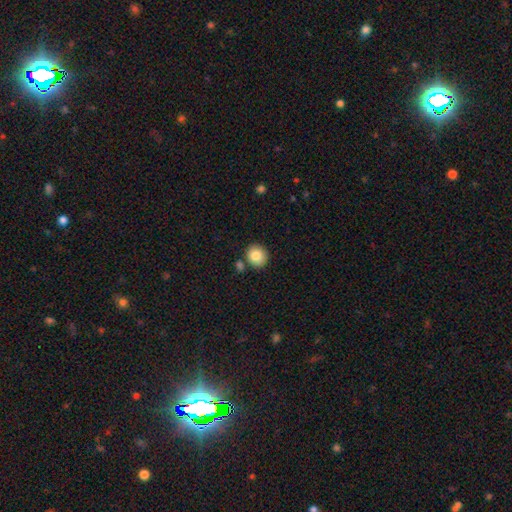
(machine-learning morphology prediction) type=smooth (83%); roundness=round (86%); merging=none (80%).